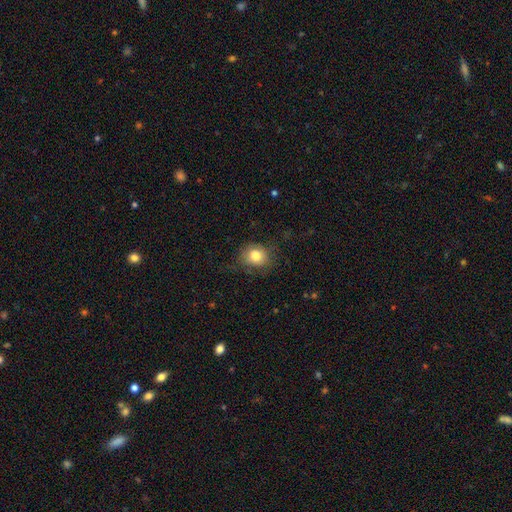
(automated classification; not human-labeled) smooth-or-featured: smooth: 79% | featured or disk: 12% | star or artifact: 9%
  how-rounded: round: 70% | in between: 29% | cigar-shaped: 1%
  merging: none: 68% | minor disturbance: 20% | major disturbance: 11% | merger: 1%